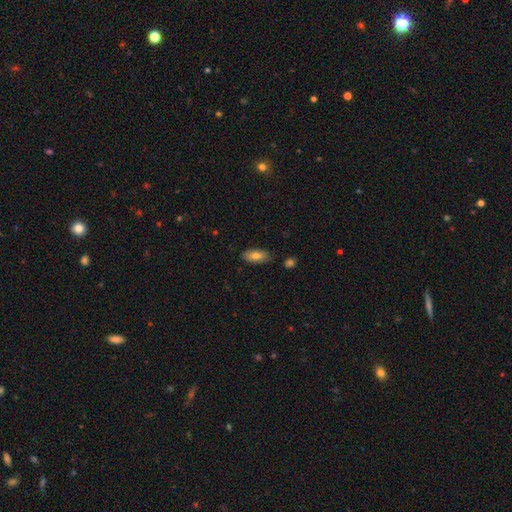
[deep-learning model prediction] Smooth or featured: smooth — 78% (featured or disk — 15%)
How rounded: in between — 86% (cigar-shaped — 12%)
Merging: none — 83% (minor disturbance — 13%)